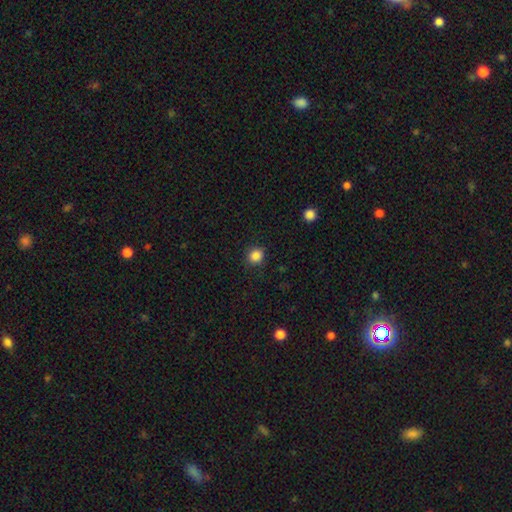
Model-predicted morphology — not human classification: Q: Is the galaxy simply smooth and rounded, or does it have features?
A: smooth — 86%.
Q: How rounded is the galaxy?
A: round — 87%.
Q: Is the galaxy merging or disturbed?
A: none — 89%.